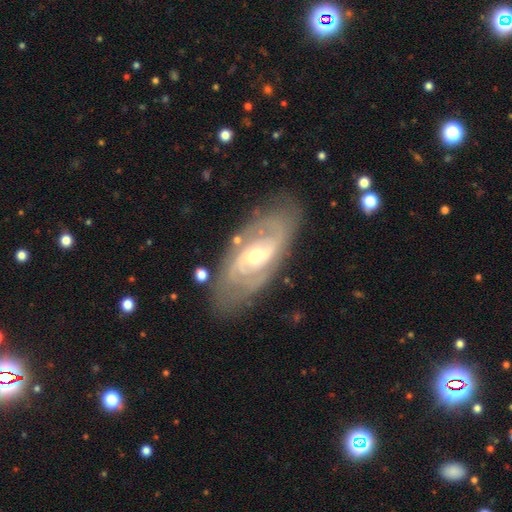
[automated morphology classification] The model was most divided on "bar": no: 42%, weak: 41%, strong: 17%. More confident: edge-on disk — no (92%); spiral arms — yes (90%); smooth or featured — featured or disk (84%); merging — none (77%); bulge size — moderate (61%); spiral arm count — 2 (59%); spiral winding — tight (55%).